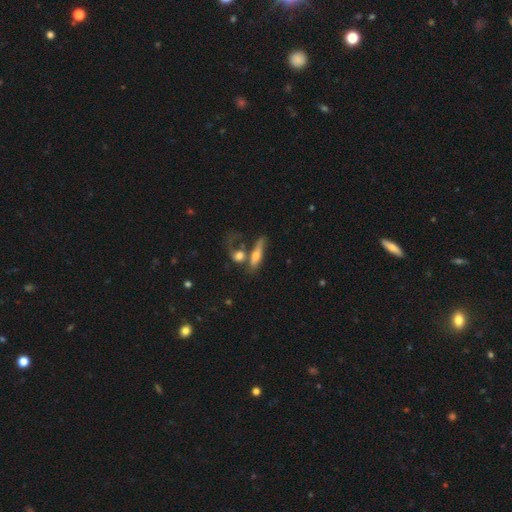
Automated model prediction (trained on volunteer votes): Smooth or featured? smooth (48%)
Merging? merger (40%)